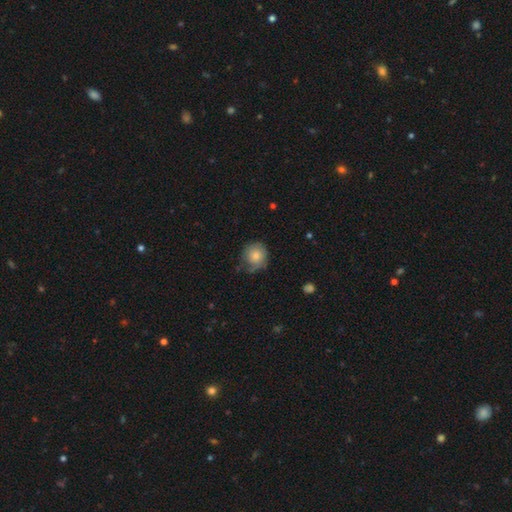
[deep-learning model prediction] The model was most divided on "merging": none: 59%, minor disturbance: 30%, major disturbance: 9%, merger: 2%. More confident: how rounded — round (87%); smooth or featured — smooth (74%).